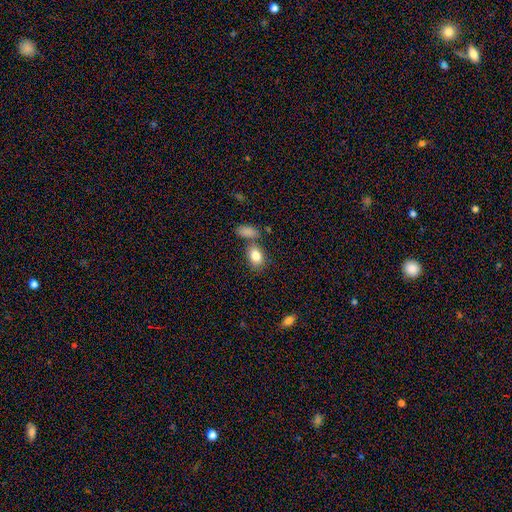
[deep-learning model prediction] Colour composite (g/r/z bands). It shows a smooth galaxy with no disk features (83%) that is in between round and cigar-shaped (76%). Merging: none (61%).